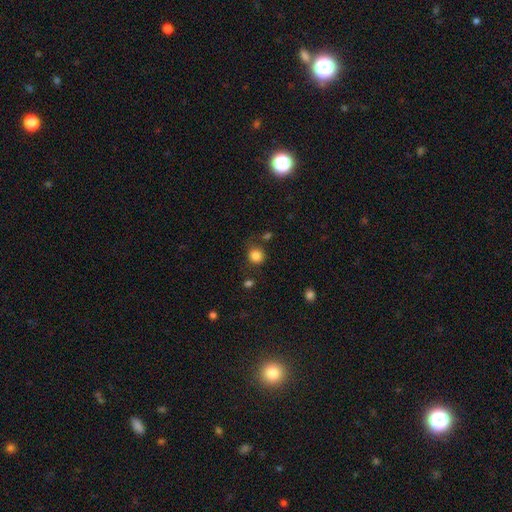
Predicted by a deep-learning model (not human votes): smooth_or_featured: smooth (p=0.84) [alt: star or artifact p=0.12]
how_rounded: round (p=0.85) [alt: in between p=0.14]
merging: none (p=0.75) [alt: minor disturbance p=0.15]